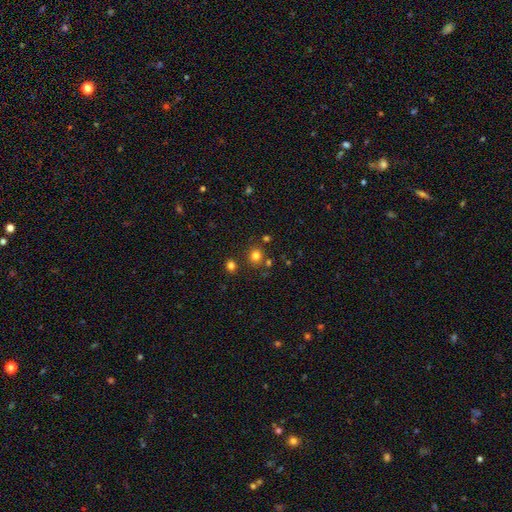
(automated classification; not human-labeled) Morphology: type=smooth (78%); roundness=round (87%); merging=none (81%).